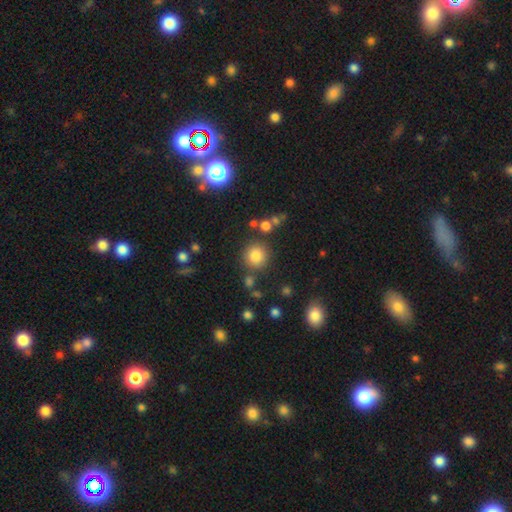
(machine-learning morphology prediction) A smooth galaxy with no disk features (83%) that is round (92%). Merging: none (80%).